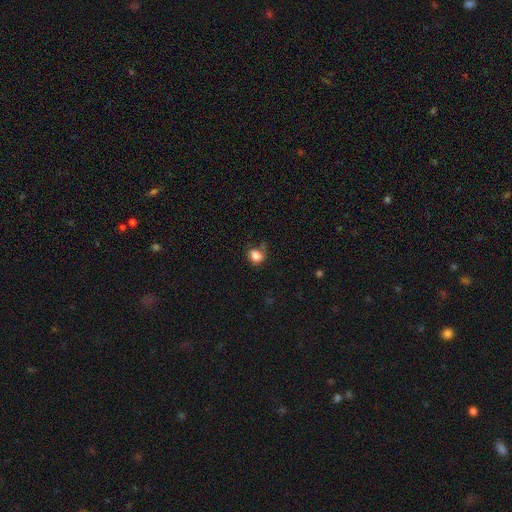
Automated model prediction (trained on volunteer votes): smooth 82%, star or artifact 11%, featured or disk 8%. Down the decision tree: how rounded — round (49%, tied with in between); merging — none (47%).